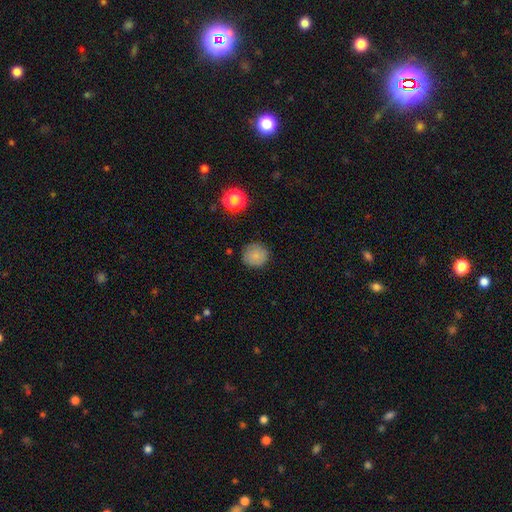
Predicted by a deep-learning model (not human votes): Morphology: type=smooth (83%); roundness=round (92%); merging=none (86%).